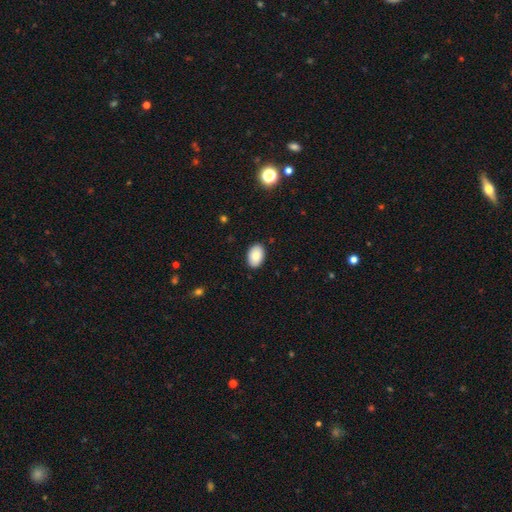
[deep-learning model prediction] Q: Smooth or featured?
A: smooth (88%); runner-up: star or artifact (7%)
Q: How rounded?
A: in between (89%); runner-up: round (10%)
Q: Merging?
A: none (89%); runner-up: minor disturbance (8%)